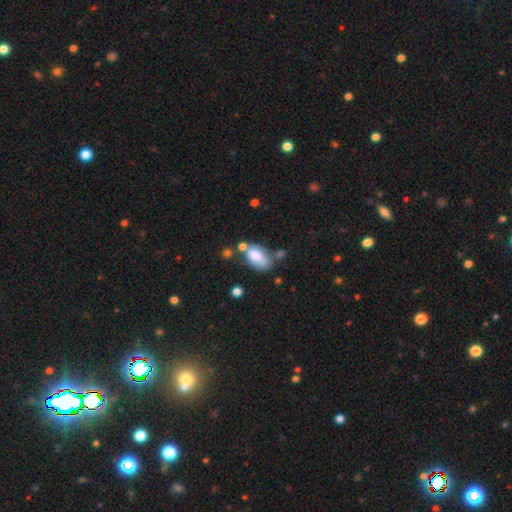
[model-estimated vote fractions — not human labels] smooth-or-featured: smooth: 78% | featured or disk: 14% | star or artifact: 8%
  how-rounded: in between: 92% | round: 6% | cigar-shaped: 3%
  merging: none: 41% | minor disturbance: 24% | merger: 23% | major disturbance: 12%